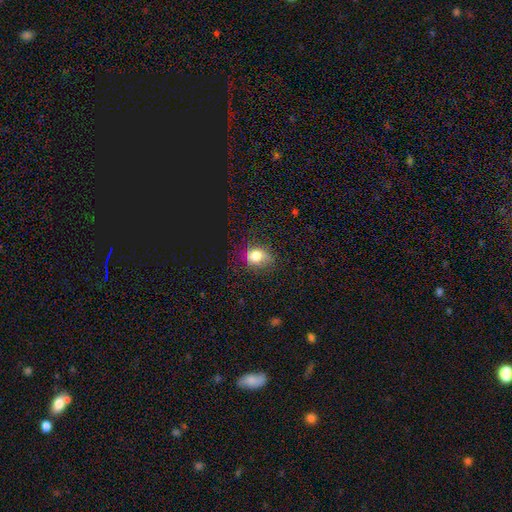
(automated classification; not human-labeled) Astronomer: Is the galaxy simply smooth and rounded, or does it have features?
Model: smooth — 77%.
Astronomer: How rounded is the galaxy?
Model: round — 55% (runner-up: in between, 44%).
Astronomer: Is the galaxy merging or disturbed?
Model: none — 64%.